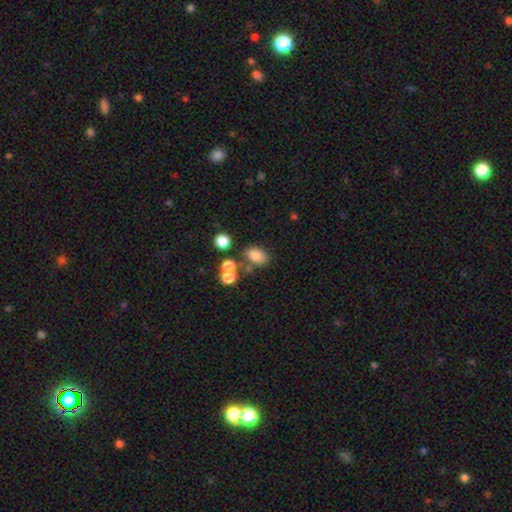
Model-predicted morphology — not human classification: A smooth galaxy with no disk features (78%) that is in between round and cigar-shaped (79%).

Vote fractions:
- Smooth or featured? smooth: 78% / star or artifact: 13% / featured or disk: 9%
- How rounded? in between: 79% / round: 20% / cigar-shaped: 1%
- Merging? none: 65% / merger: 15% / minor disturbance: 14% / major disturbance: 6%